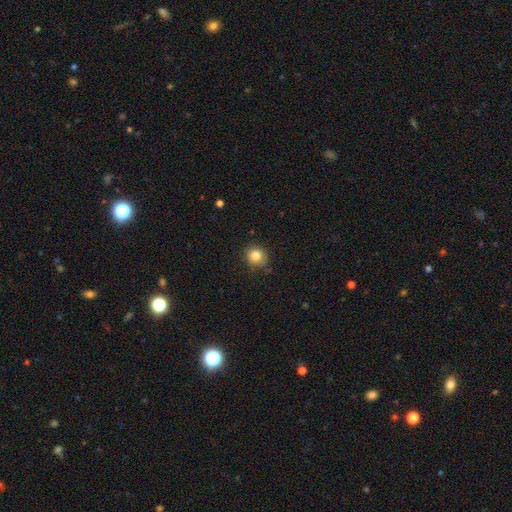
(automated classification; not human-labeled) A smooth galaxy with no disk features (83%) that is round (86%).

Vote fractions:
- Smooth or featured? smooth: 83% / star or artifact: 11% / featured or disk: 6%
- How rounded? round: 86% / in between: 13% / cigar-shaped: 1%
- Merging? none: 80% / minor disturbance: 15% / major disturbance: 3% / merger: 2%